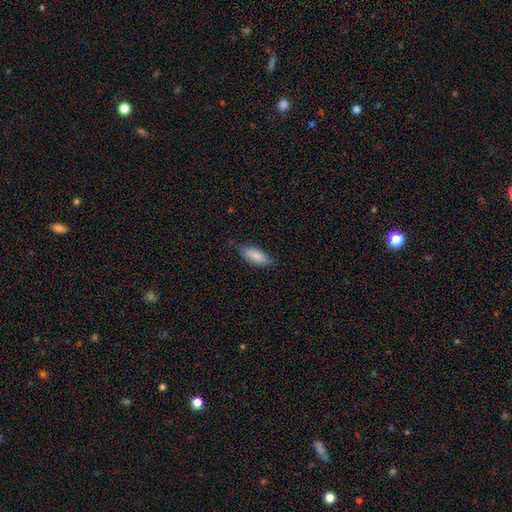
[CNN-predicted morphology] A smooth galaxy with no disk features (86%) that is in between round and cigar-shaped (80%).

Vote fractions:
- Smooth or featured? smooth: 86% / featured or disk: 8% / star or artifact: 6%
- How rounded? in between: 80% / cigar-shaped: 18% / round: 2%
- Merging? none: 81% / minor disturbance: 15% / major disturbance: 3% / merger: 1%